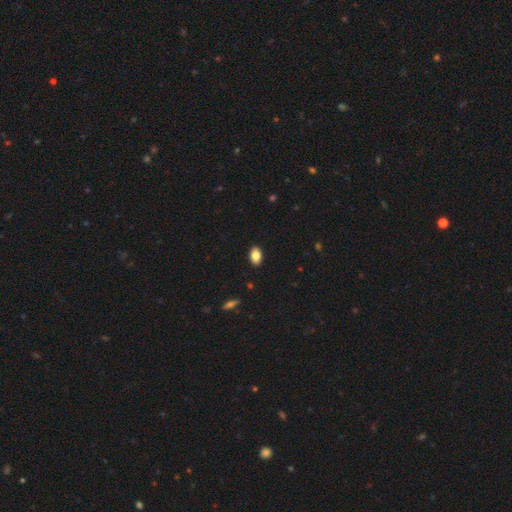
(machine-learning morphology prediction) This is clearly a smooth galaxy (85%). How rounded: clearly in between (89%). Merging: clearly none (90%).